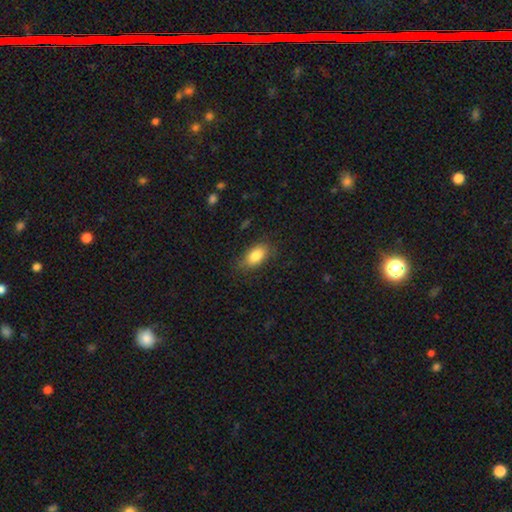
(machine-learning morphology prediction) This is clearly a smooth galaxy (83%). How rounded: clearly in between (90%). Merging: likely none (77%).